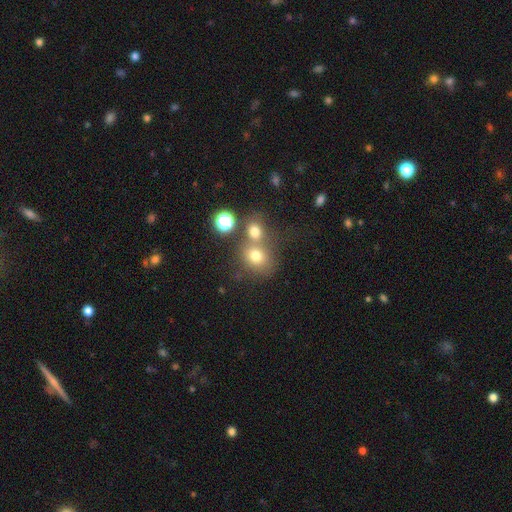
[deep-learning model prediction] Smooth or featured?
  - smooth: 72% *
  - star or artifact: 17%
  - featured or disk: 11%
How rounded?
  - round: 73% *
  - in between: 26%
  - cigar-shaped: 1%
Merging?
  - none: 50% *
  - merger: 36%
  - minor disturbance: 10%
  - major disturbance: 5%